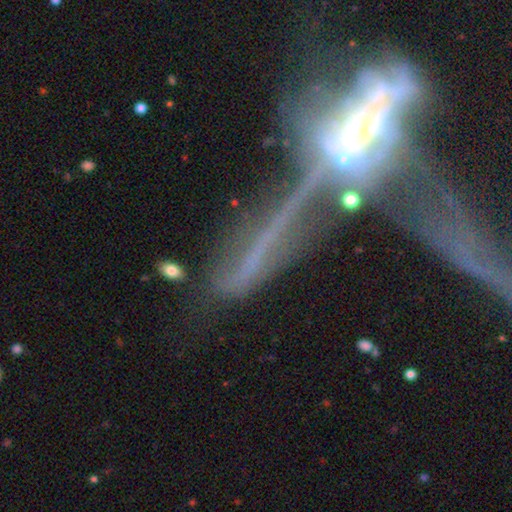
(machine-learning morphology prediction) Smooth or featured? featured or disk (61%)
Edge-on disk? yes (61%)
Merging? merger (34%)